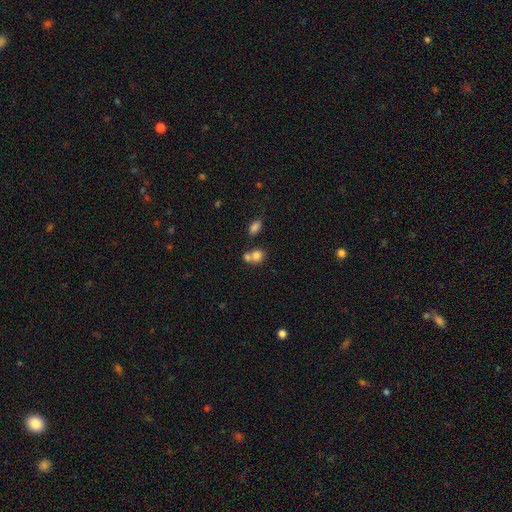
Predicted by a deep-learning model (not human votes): Smooth or featured?
  - smooth: 79% *
  - star or artifact: 11%
  - featured or disk: 10%
How rounded?
  - round: 66% *
  - in between: 33%
  - cigar-shaped: 1%
Merging?
  - merger: 48% *
  - none: 39%
  - minor disturbance: 8%
  - major disturbance: 4%